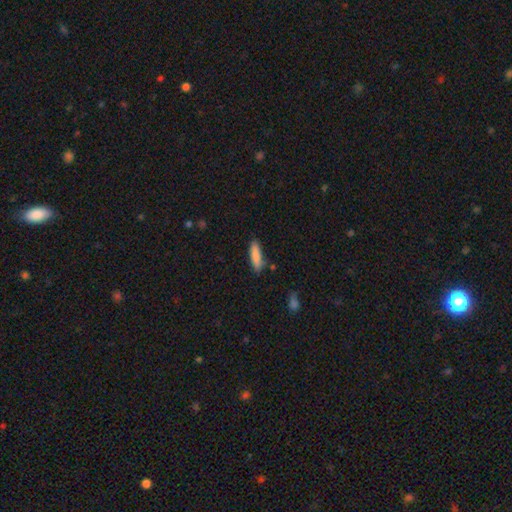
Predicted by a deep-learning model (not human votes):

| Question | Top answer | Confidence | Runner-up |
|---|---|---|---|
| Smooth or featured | smooth | 85% | featured or disk (8%) |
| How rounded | cigar-shaped | 68% | in between (31%) |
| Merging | none | 82% | minor disturbance (13%) |